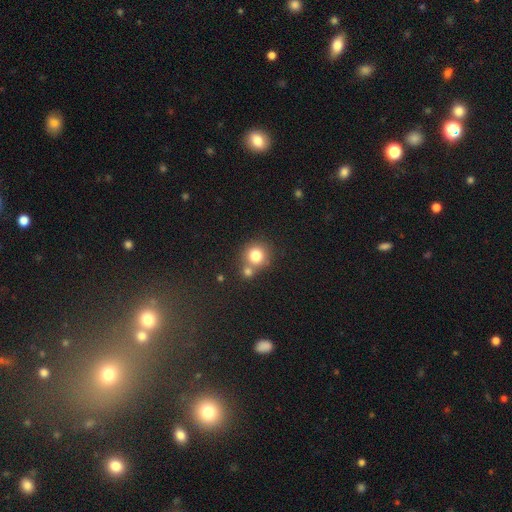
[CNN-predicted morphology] smooth 79%, star or artifact 11%, featured or disk 9%. Down the decision tree: how rounded — round (89%); merging — none (56%).